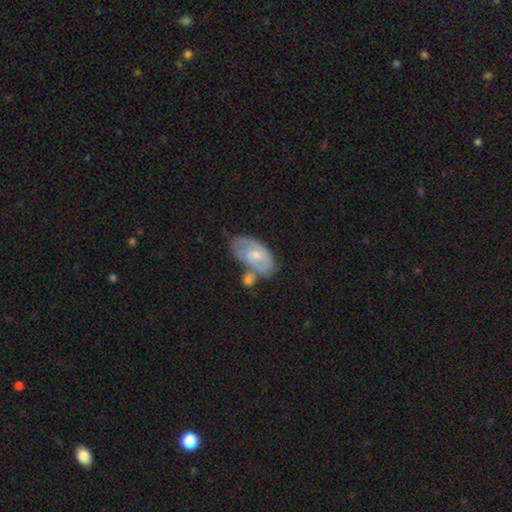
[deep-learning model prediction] A featured or disk galaxy (62%) with a weak bar (46%), spiral arms (76%) and a moderate central bulge (50%). Merging: none (42%).